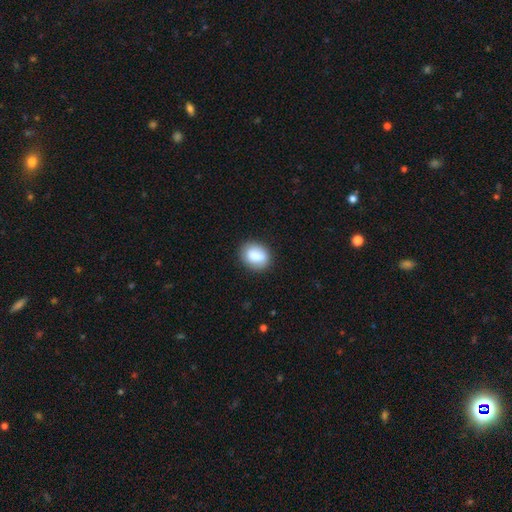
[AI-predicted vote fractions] This appears to be a smooth galaxy with no disk features (85%) that is in between round and cigar-shaped (56%). Merging: none (81%).